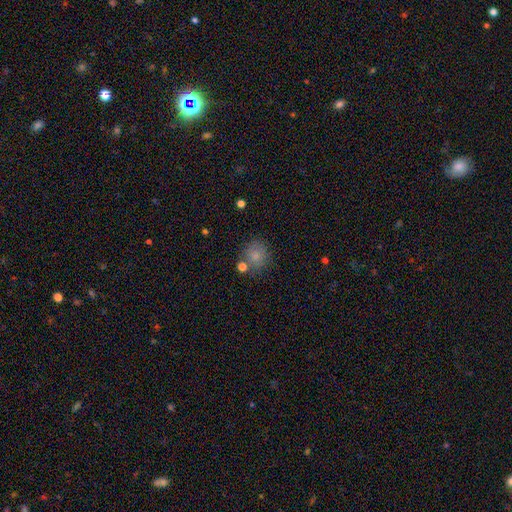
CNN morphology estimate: type=smooth (80%); roundness=round (84%); merging=none (70%).